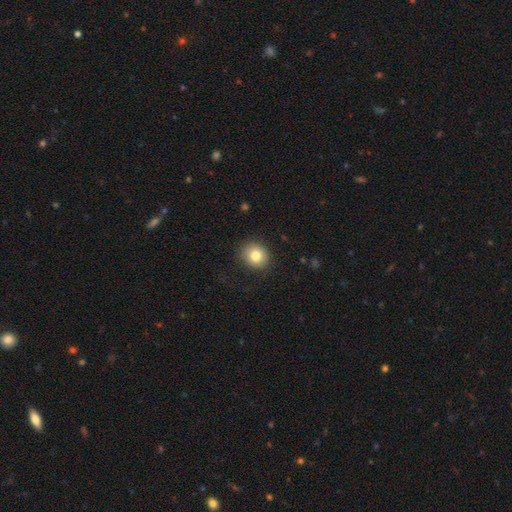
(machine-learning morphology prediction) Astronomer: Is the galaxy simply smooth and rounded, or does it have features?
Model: smooth — 81%.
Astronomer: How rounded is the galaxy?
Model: round — 77%.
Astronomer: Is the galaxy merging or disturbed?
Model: none — 86%.